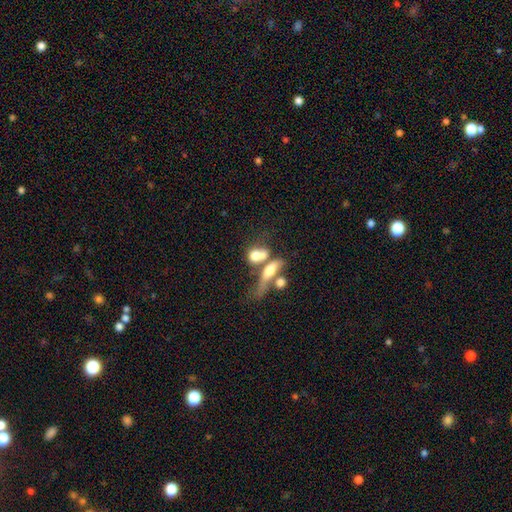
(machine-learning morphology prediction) Smooth or featured? Predicted: smooth (p=0.61). How rounded? Predicted: in between (p=0.52). Merging? Predicted: merger (p=0.61).